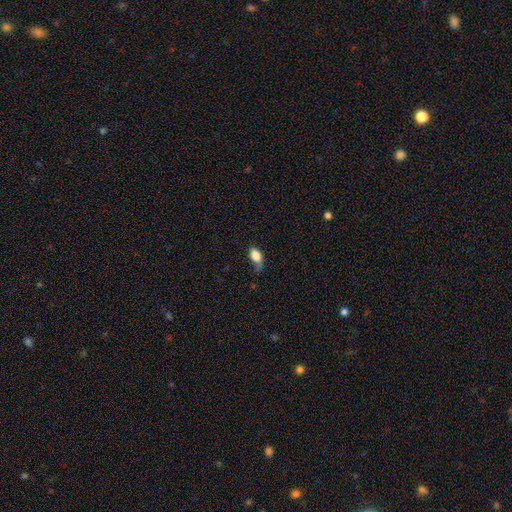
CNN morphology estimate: type=smooth (80%); roundness=in between (88%); merging=minor disturbance (37%).